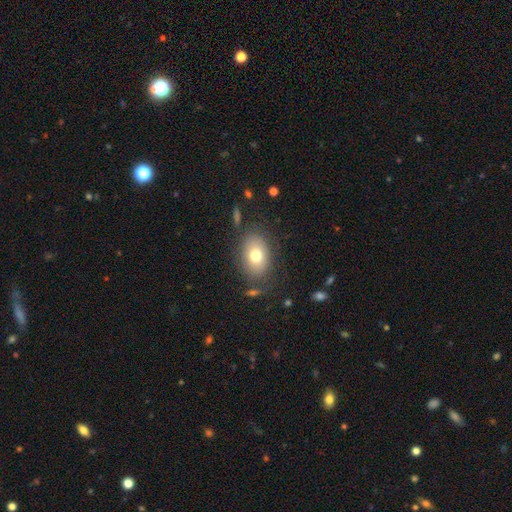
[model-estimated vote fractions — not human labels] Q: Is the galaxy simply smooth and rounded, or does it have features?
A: smooth — 75%.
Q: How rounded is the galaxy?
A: in between — 78%.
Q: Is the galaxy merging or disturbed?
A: none — 79%.